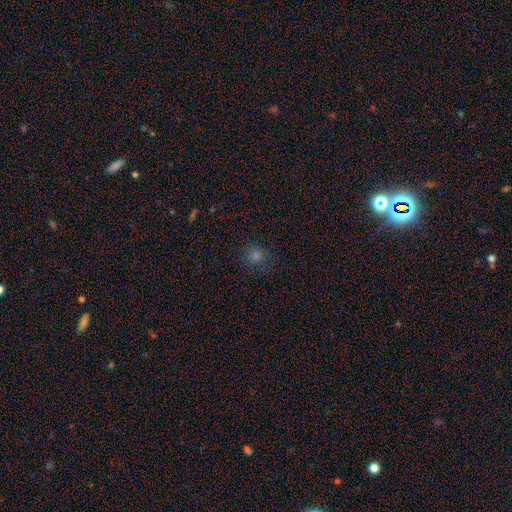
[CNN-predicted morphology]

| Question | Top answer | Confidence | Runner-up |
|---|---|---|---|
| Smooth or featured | smooth | 71% | star or artifact (24%) |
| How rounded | round | 90% | in between (9%) |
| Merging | none | 86% | minor disturbance (9%) |